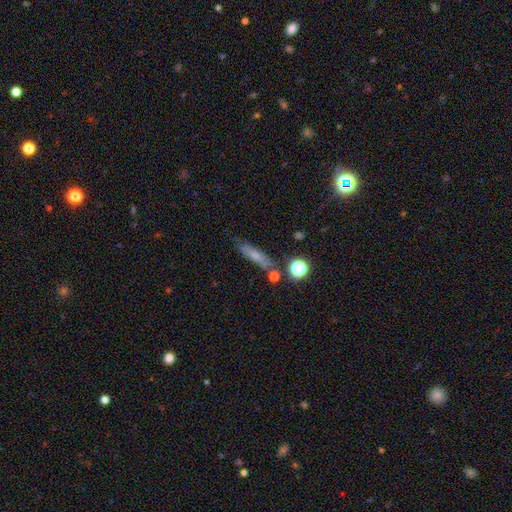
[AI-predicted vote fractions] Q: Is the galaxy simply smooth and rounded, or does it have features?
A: smooth — 62%.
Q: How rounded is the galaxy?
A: cigar-shaped — 73%.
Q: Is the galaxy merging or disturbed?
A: none — 71%.